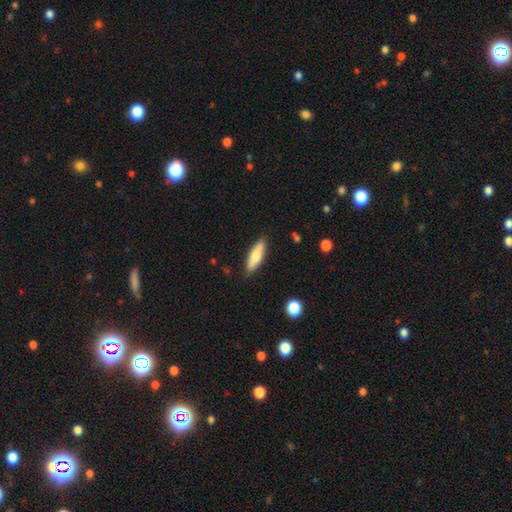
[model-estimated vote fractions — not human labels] This is likely a smooth galaxy (73%). How rounded: possibly cigar-shaped (54%). Merging: clearly none (85%).